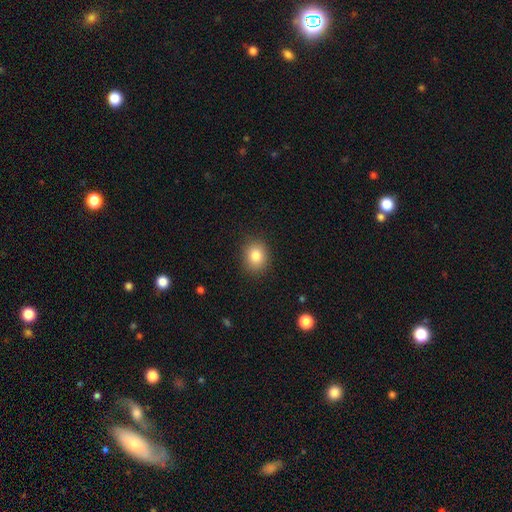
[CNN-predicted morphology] Smooth or featured? smooth (83%)
How rounded? round (62%)
Merging? none (88%)